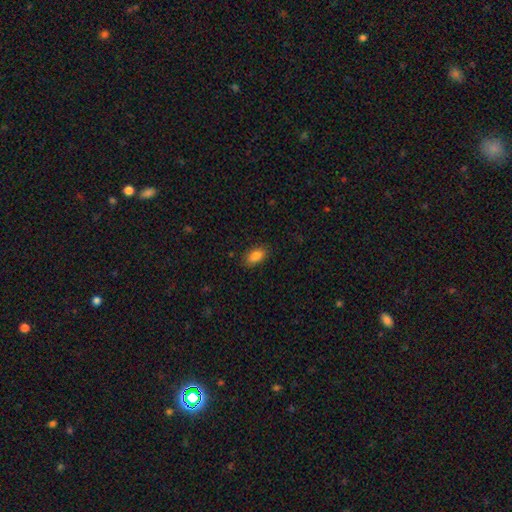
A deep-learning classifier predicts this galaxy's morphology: A smooth galaxy with no disk features (85%) that is in between round and cigar-shaped (90%).

Vote fractions:
- Smooth or featured? smooth: 85% / star or artifact: 8% / featured or disk: 7%
- How rounded? in between: 90% / round: 6% / cigar-shaped: 3%
- Merging? none: 86% / minor disturbance: 10% / major disturbance: 2% / merger: 1%